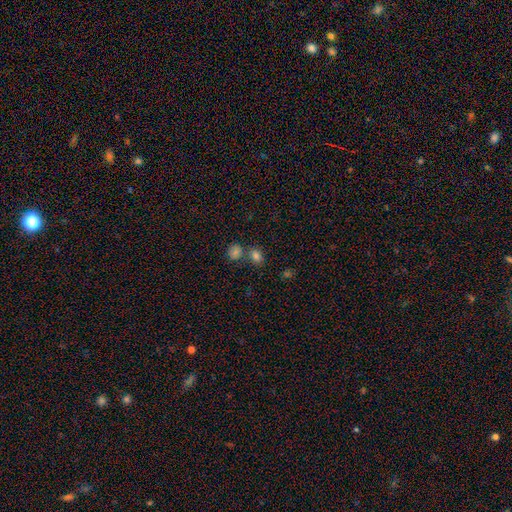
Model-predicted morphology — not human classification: type=smooth (77%); roundness=in between (52%); merging=none (60%).